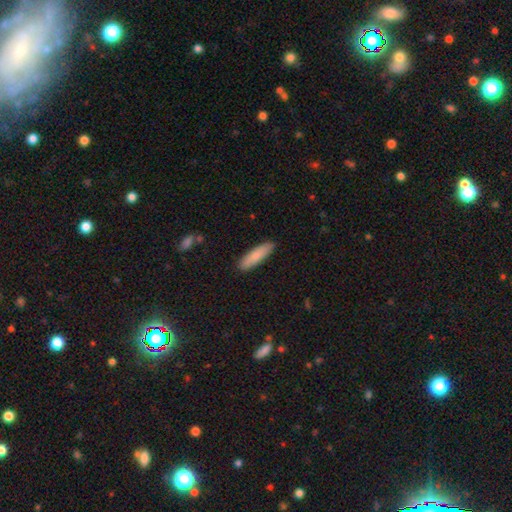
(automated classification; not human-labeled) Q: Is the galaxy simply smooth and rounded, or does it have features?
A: smooth — 83%.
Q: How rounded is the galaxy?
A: cigar-shaped — 70%.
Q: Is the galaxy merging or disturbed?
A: none — 88%.